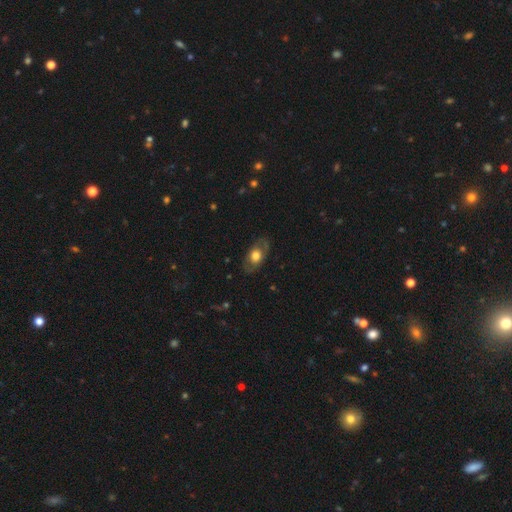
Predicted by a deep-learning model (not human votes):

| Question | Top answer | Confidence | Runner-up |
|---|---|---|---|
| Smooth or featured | smooth | 53% | featured or disk (41%) |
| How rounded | in between | 83% | round (15%) |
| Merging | none | 78% | minor disturbance (15%) |